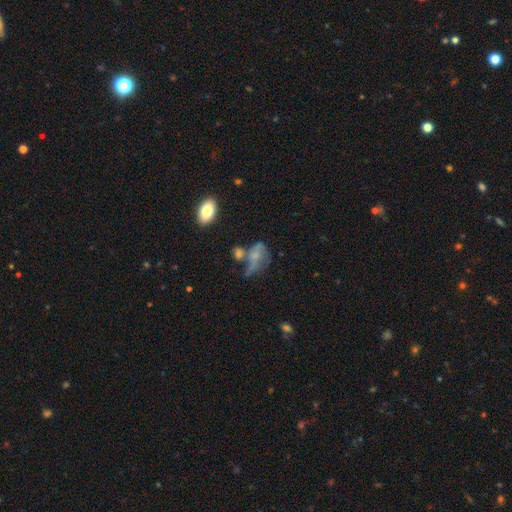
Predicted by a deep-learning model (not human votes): smooth-or-featured: smooth: 48% | featured or disk: 38% | star or artifact: 15%
  merging: major disturbance: 34% | none: 24% | merger: 22% | minor disturbance: 19%